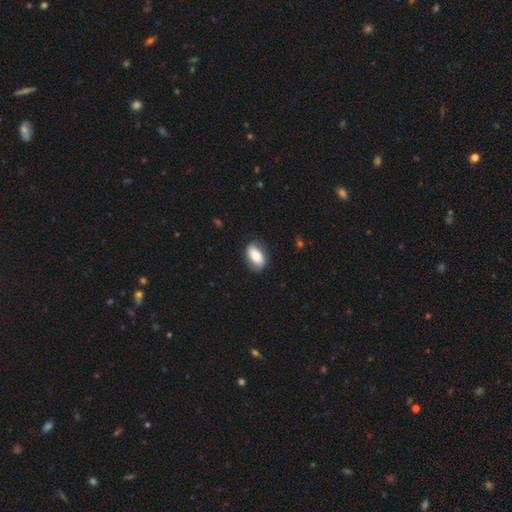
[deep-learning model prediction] smooth-or-featured: smooth: 73% | featured or disk: 20% | star or artifact: 6%
  how-rounded: in between: 91% | round: 5% | cigar-shaped: 4%
  merging: none: 78% | minor disturbance: 17% | major disturbance: 4% | merger: 1%